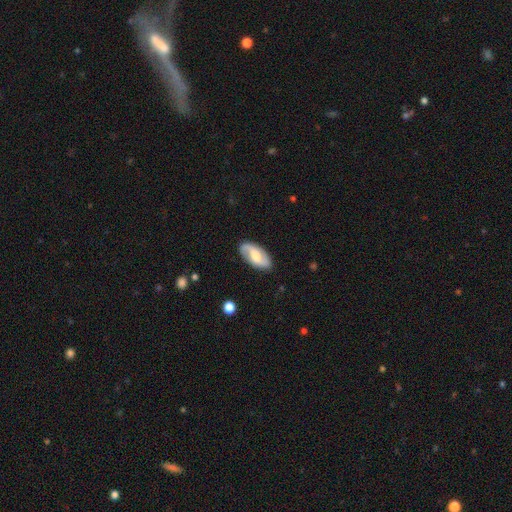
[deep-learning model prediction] Morphology: type=featured or disk (66%); edge-on=no (94%); bar=weak (46%); spiral arms=yes (89%); winding=medium (41%); arm count=2 (87%); bulge=moderate (56%); merging=none (84%).